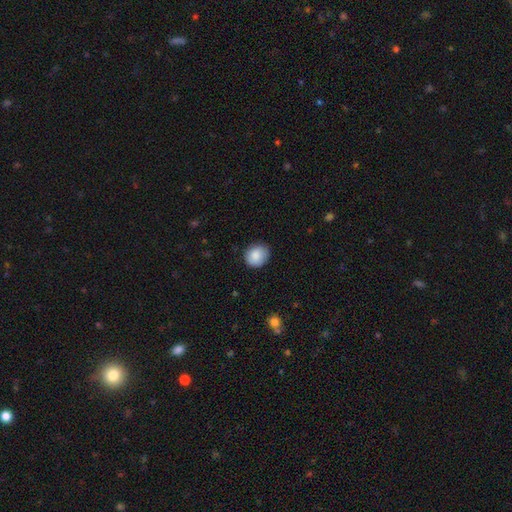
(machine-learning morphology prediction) A smooth galaxy with no disk features (87%) that is round (72%). Merging: none (82%).